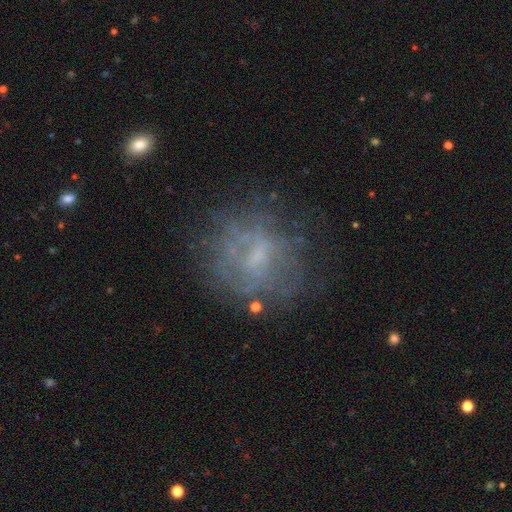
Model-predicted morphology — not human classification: smooth-or-featured: featured or disk: 60% | smooth: 25% | star or artifact: 15%
  disk-edge-on: no: 97% | yes: 3%
    bar: no: 53% | weak: 38% | strong: 8%
    has-spiral-arms: no: 64% | yes: 36%
    bulge-size: small: 45% | none: 31% | moderate: 22% | large: 2% | dominant: 1%
  merging: none: 64% | minor disturbance: 17% | major disturbance: 17% | merger: 3%